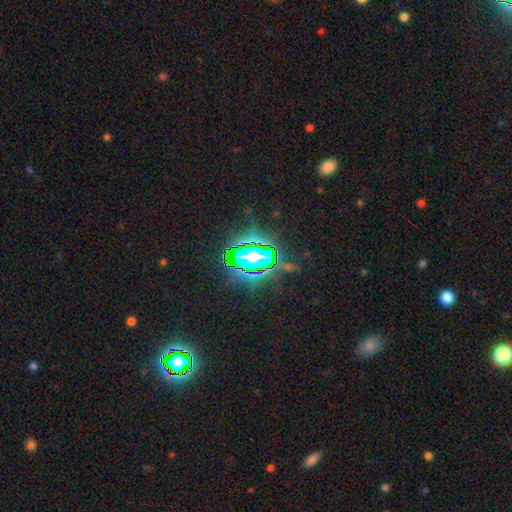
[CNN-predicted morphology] smooth-or-featured: star or artifact: 79% | smooth: 11% | featured or disk: 10%